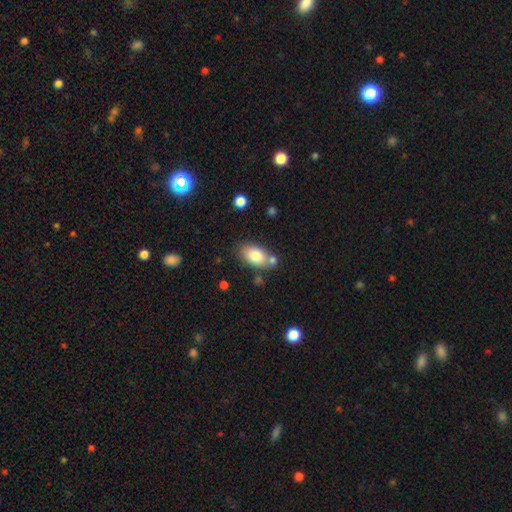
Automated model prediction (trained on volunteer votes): Smooth or featured?
  - smooth: 80% *
  - featured or disk: 13%
  - star or artifact: 8%
How rounded?
  - in between: 88% *
  - round: 10%
  - cigar-shaped: 2%
Merging?
  - none: 64% *
  - merger: 18%
  - minor disturbance: 14%
  - major disturbance: 4%